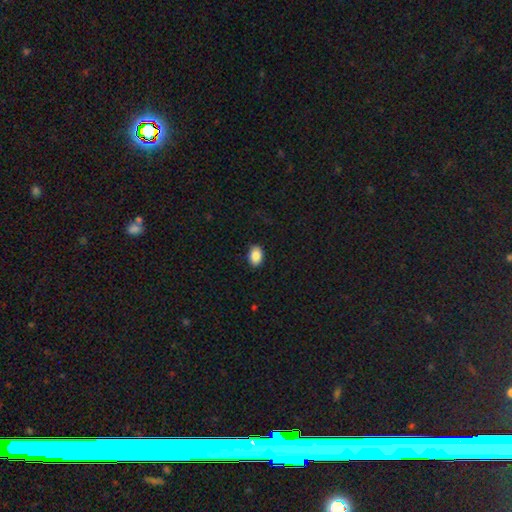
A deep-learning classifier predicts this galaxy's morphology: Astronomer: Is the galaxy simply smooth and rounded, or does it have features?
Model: smooth — 89%.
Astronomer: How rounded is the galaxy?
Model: in between — 83%.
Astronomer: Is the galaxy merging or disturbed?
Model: none — 86%.